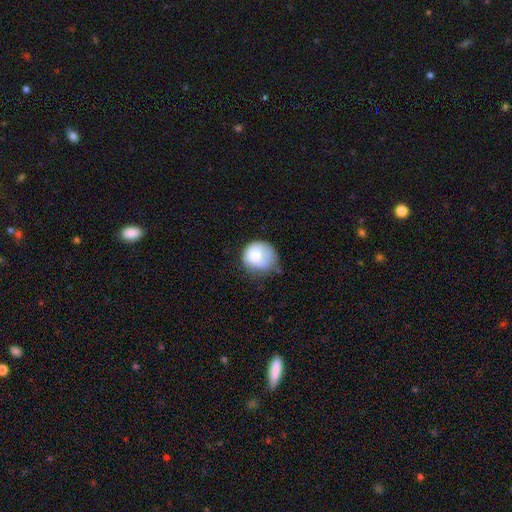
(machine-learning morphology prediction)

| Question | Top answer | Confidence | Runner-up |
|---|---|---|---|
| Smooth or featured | smooth | 74% | featured or disk (19%) |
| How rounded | round | 80% | in between (19%) |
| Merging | none | 46% | minor disturbance (33%) |